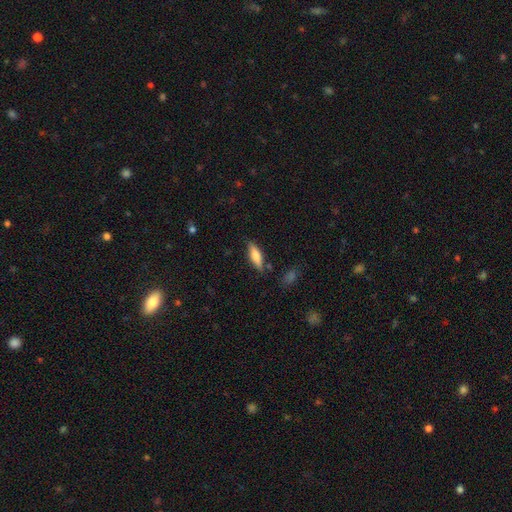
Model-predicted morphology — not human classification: Smooth or featured? Predicted: smooth (p=0.69). How rounded? Predicted: cigar-shaped (p=0.52). Merging? Predicted: none (p=0.80).